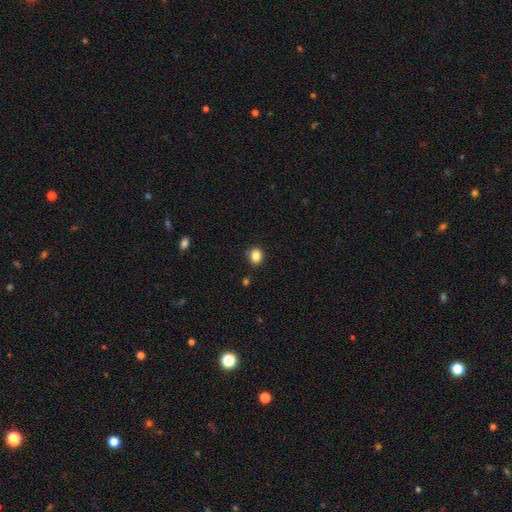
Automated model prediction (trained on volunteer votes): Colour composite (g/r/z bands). It shows a smooth galaxy with no disk features (85%) that is round (75%). Merging: none (87%).